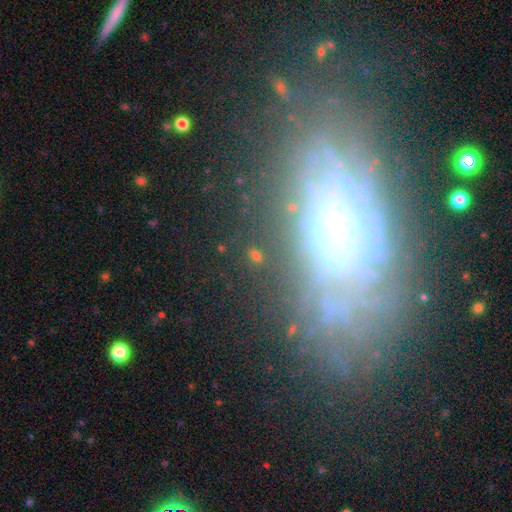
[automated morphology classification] Q: Smooth or featured?
A: smooth (45%); runner-up: star or artifact (33%)
Q: Merging?
A: none (80%); runner-up: minor disturbance (10%)